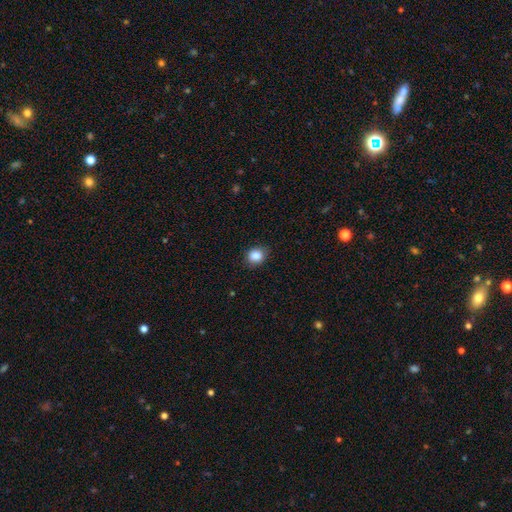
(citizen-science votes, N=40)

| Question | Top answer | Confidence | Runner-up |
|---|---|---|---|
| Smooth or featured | smooth | 88% | star or artifact (8%) |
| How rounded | round | 71% | in between (29%) |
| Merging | none | 86% | minor disturbance (11%) |